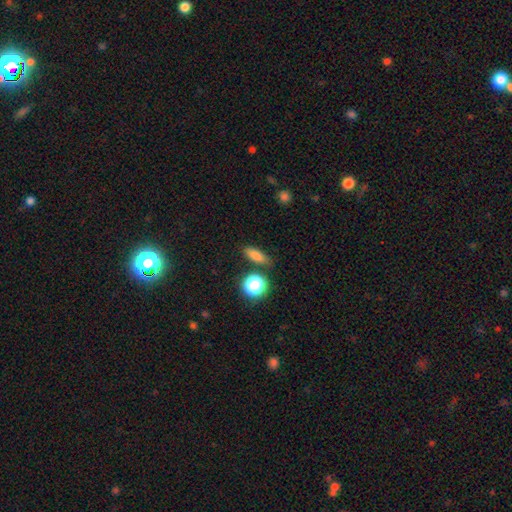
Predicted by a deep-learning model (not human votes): A smooth galaxy with no disk features (79%) that is in between round and cigar-shaped (55%).

Vote fractions:
- Smooth or featured? smooth: 79% / star or artifact: 14% / featured or disk: 8%
- How rounded? in between: 55% / cigar-shaped: 27% / round: 18%
- Merging? none: 80% / minor disturbance: 12% / merger: 5% / major disturbance: 3%